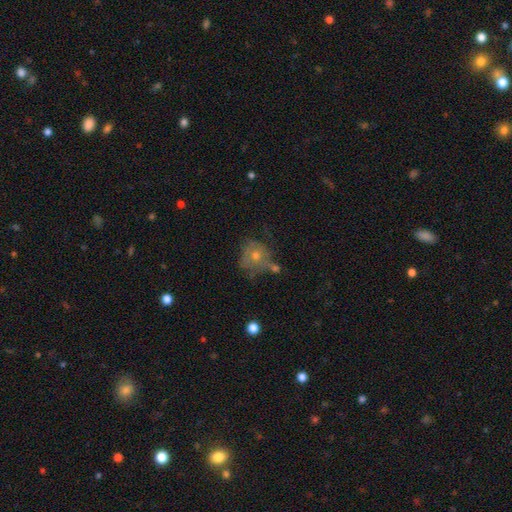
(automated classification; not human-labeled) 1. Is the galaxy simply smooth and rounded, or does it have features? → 43% smooth, 40% featured or disk, 16% star or artifact.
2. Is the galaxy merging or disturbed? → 52% none, 23% minor disturbance, 14% major disturbance, 11% merger.